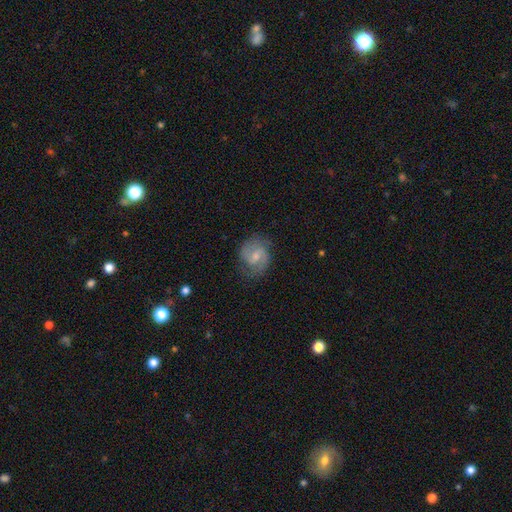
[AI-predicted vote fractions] smooth_or_featured: featured or disk (p=0.78) [alt: smooth p=0.16]
disk_edge_on: no (p=0.98) [alt: yes p=0.02]
bar: weak (p=0.54) [alt: no p=0.37]
has_spiral_arms: yes (p=0.95) [alt: no p=0.05]
spiral_winding: medium (p=0.54) [alt: tight p=0.29]
spiral_arm_count: 2 (p=0.87) [alt: can't tell p=0.06]
bulge_size: small (p=0.47) [alt: moderate p=0.40]
merging: none (p=0.74) [alt: minor disturbance p=0.18]